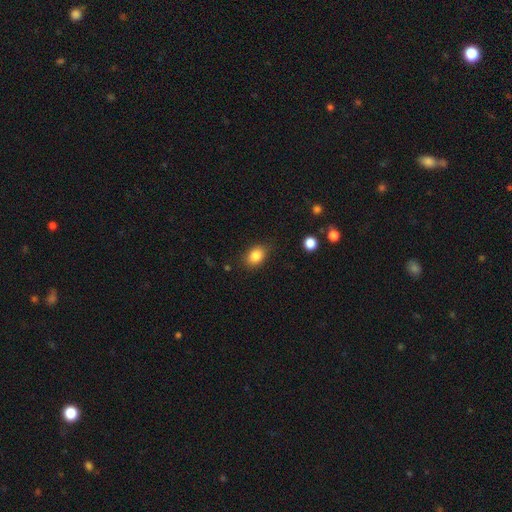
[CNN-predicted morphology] Smooth or featured: smooth — 85% (star or artifact — 9%)
How rounded: in between — 71% (round — 28%)
Merging: none — 82% (minor disturbance — 13%)